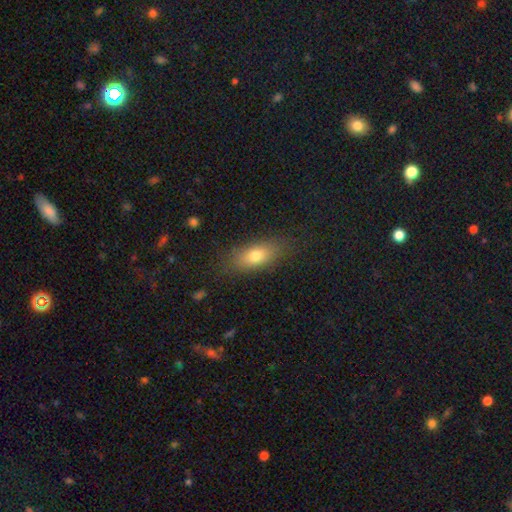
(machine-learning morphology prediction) The model was most divided on "smooth or featured": smooth: 74%, featured or disk: 16%, star or artifact: 9%. More confident: merging — none (81%); how rounded — in between (78%).